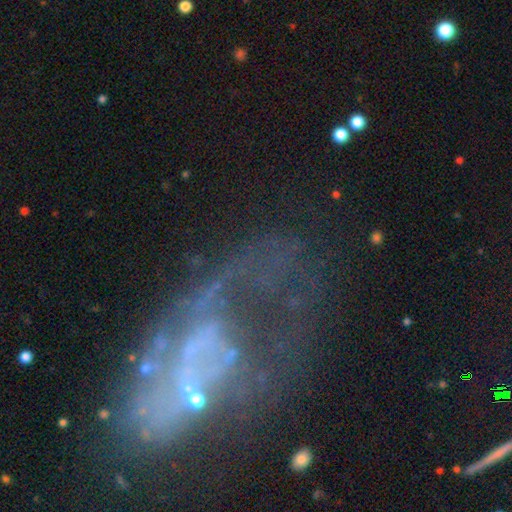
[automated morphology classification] Overall: featured or disk (64%). Edge-on disk: no (93%). Bar: no (75%). Spiral arms: no (61%; yes 39%). Bulge size: none (61%; small 22%). Merging: major disturbance (40%; none 35%).